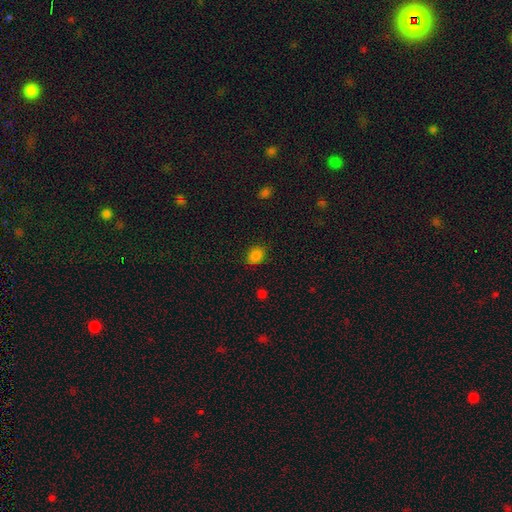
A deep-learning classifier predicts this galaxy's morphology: Smooth or featured?
  - smooth: 83% *
  - star or artifact: 13%
  - featured or disk: 4%
How rounded?
  - round: 50% *
  - in between: 49%
  - cigar-shaped: 1%
Merging?
  - none: 84% *
  - minor disturbance: 12%
  - major disturbance: 3%
  - merger: 1%